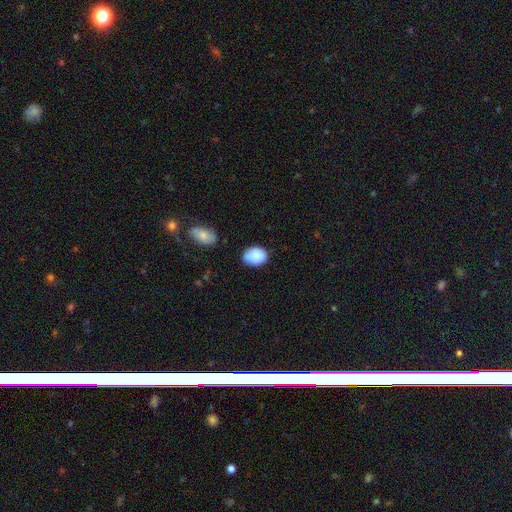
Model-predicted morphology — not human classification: smooth_or_featured: smooth (p=0.86) [alt: star or artifact p=0.07]
how_rounded: in between (p=0.65) [alt: round p=0.34]
merging: none (p=0.69) [alt: minor disturbance p=0.23]